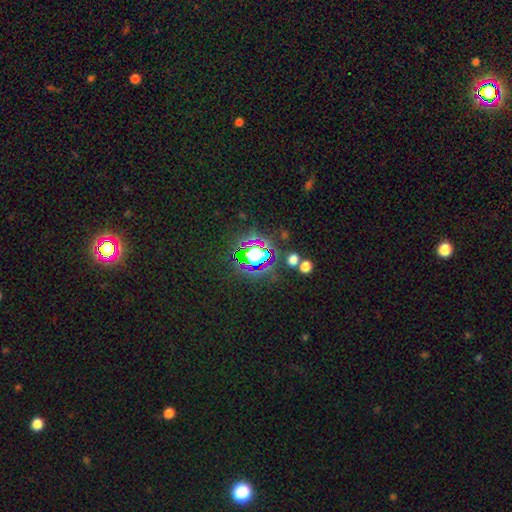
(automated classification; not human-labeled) Overall: star or artifact (63%; smooth 24%).